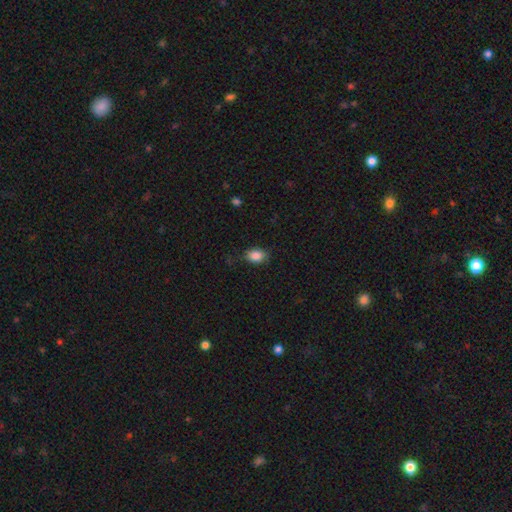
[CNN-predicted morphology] smooth-or-featured: smooth: 87% | star or artifact: 9% | featured or disk: 5%
  how-rounded: in between: 77% | round: 22% | cigar-shaped: 1%
  merging: none: 79% | minor disturbance: 16% | major disturbance: 4% | merger: 1%